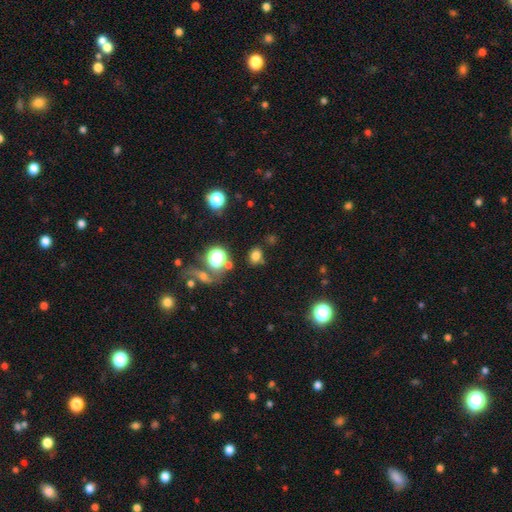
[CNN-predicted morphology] Smooth or featured? smooth (72%)
How rounded? in between (54%)
Merging? none (73%)